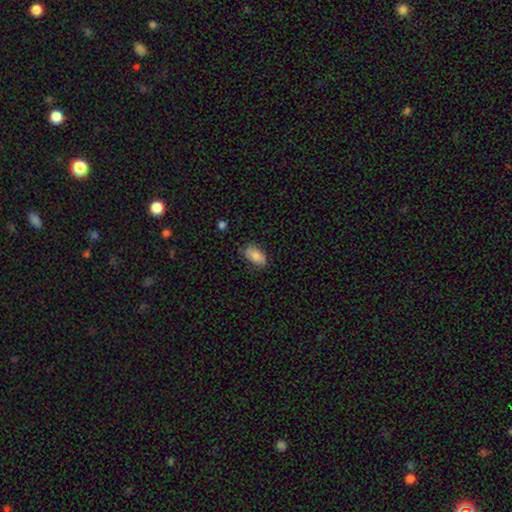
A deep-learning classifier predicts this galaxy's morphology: smooth 82%, featured or disk 11%, star or artifact 7%. Down the decision tree: how rounded — in between (91%); merging — none (75%).